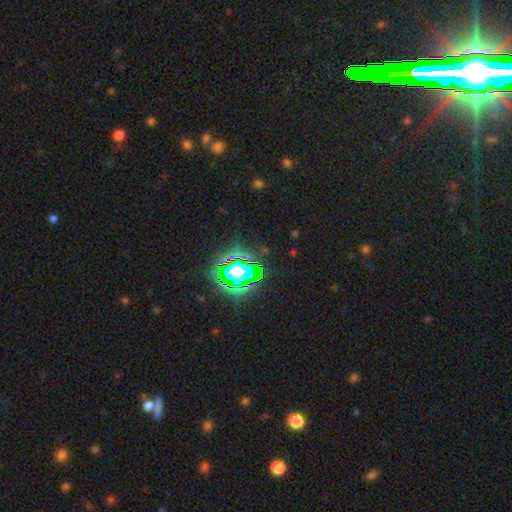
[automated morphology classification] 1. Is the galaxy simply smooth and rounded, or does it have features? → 82% star or artifact, 11% smooth, 7% featured or disk.